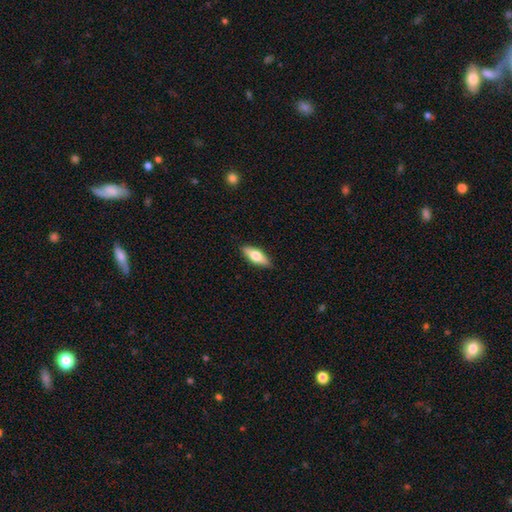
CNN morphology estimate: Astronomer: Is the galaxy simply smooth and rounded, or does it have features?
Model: smooth — 58% (runner-up: featured or disk, 36%).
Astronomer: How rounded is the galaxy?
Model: in between — 65%.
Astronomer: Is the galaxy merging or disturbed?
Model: none — 88%.